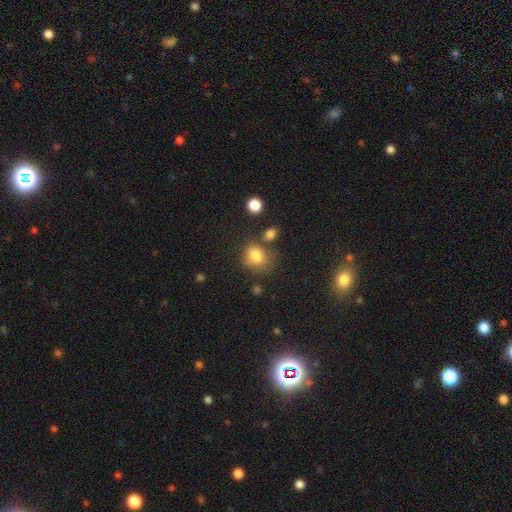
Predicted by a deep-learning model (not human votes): smooth-or-featured: smooth: 81% | star or artifact: 11% | featured or disk: 8%
  how-rounded: round: 55% | in between: 44% | cigar-shaped: 1%
  merging: none: 55% | minor disturbance: 21% | merger: 13% | major disturbance: 10%